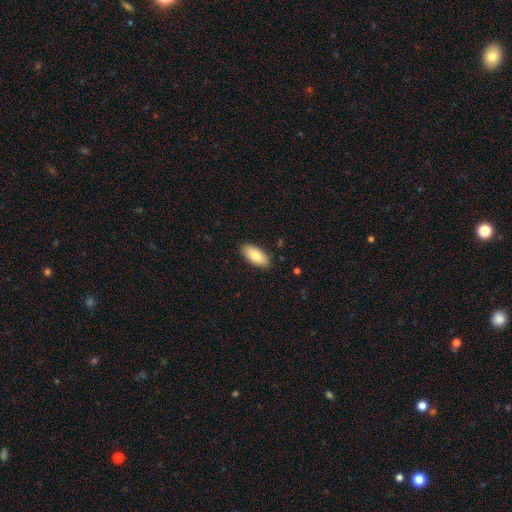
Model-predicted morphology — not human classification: The model was most divided on "smooth or featured": smooth: 84%, featured or disk: 10%, star or artifact: 6%. More confident: how rounded — in between (91%); merging — none (87%).